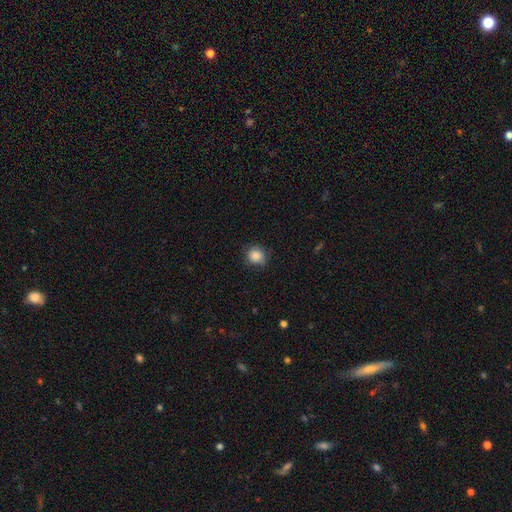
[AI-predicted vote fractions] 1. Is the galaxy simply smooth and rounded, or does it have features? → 86% smooth, 9% star or artifact, 5% featured or disk.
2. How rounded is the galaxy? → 85% round, 14% in between, 1% cigar-shaped.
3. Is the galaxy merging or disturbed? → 73% none, 22% minor disturbance, 4% major disturbance, 1% merger.